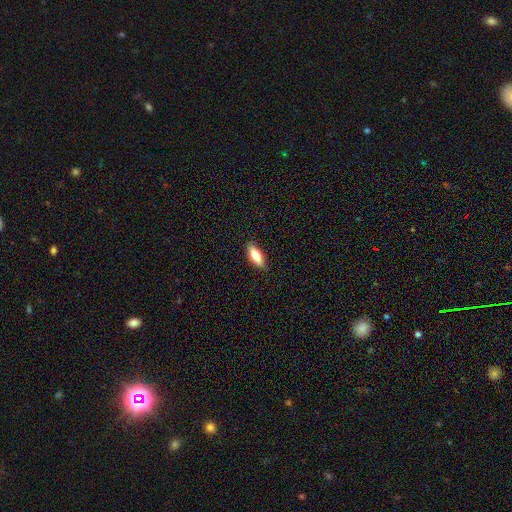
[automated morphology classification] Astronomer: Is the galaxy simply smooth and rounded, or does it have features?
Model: smooth — 72%.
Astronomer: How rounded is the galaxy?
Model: in between — 65%.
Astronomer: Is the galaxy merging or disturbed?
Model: none — 85%.